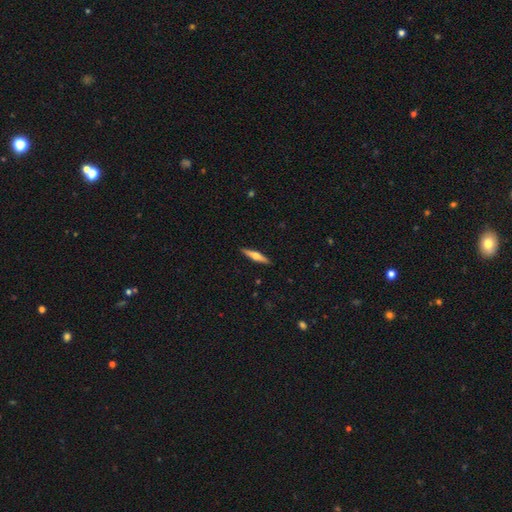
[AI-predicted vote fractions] This appears to be a featured or disk galaxy (56%) viewed edge-on (96%) with a rounded central bulge (92%). Merging: none (91%).